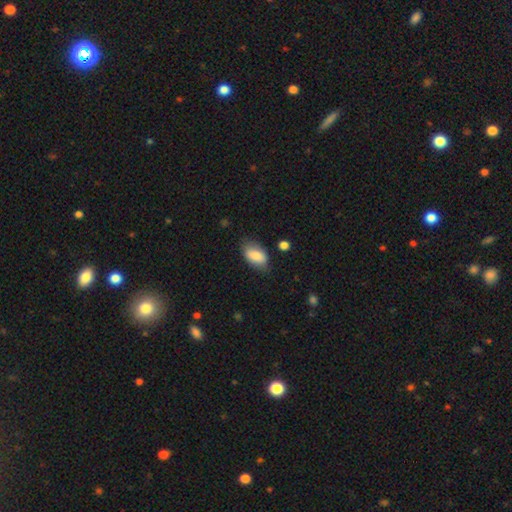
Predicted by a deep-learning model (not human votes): A smooth galaxy with no disk features (83%) that is in between round and cigar-shaped (92%). Merging: none (73%).